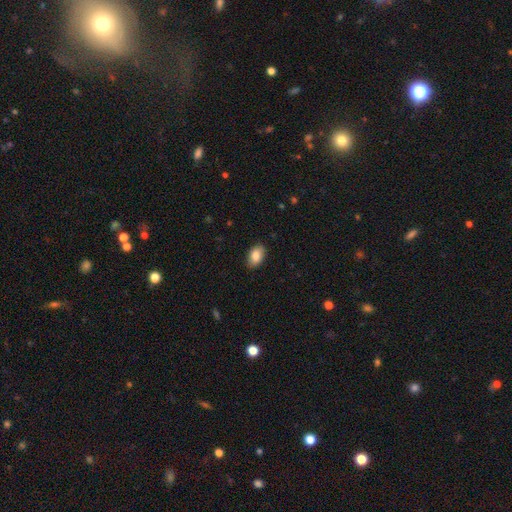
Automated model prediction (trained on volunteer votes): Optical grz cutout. It shows a smooth galaxy with no disk features (84%) that is in between round and cigar-shaped (92%). Merging: none (88%).